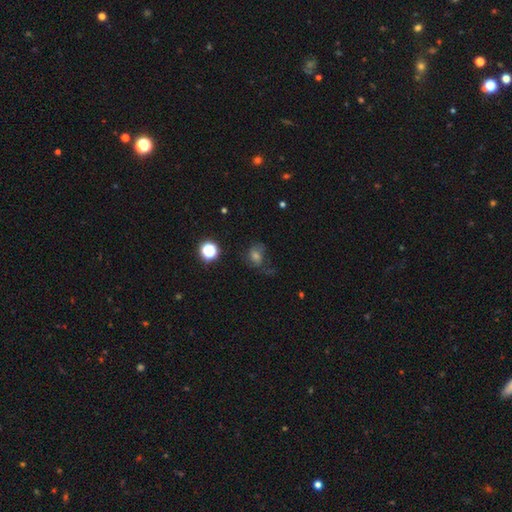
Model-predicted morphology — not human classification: Overall: smooth (47%; star or artifact 31%). Merging: none (48%; minor disturbance 24%).